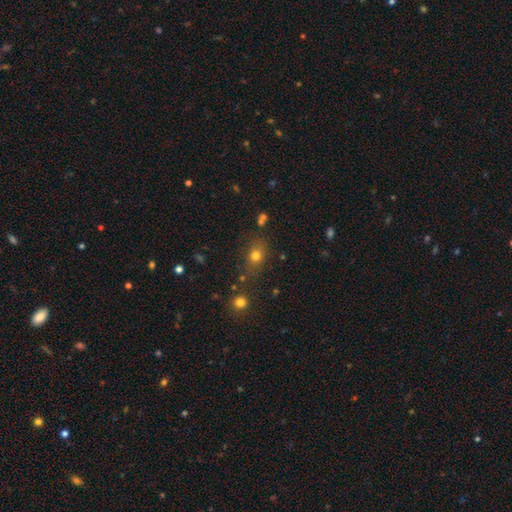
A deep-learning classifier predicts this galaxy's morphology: A smooth galaxy with no disk features (74%) that is round (49%). Merging: none (74%).